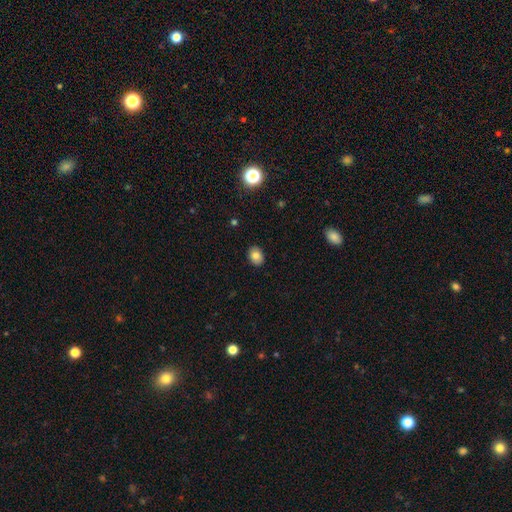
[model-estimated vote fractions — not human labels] Smooth or featured: smooth — 80% (featured or disk — 10%)
How rounded: in between — 64% (round — 35%)
Merging: none — 89% (minor disturbance — 8%)